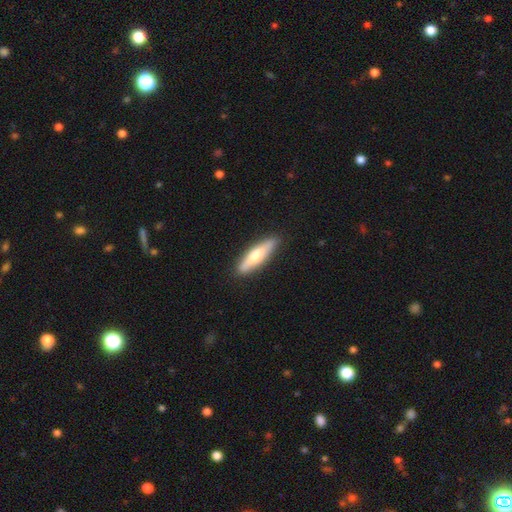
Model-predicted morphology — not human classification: This is possibly a smooth galaxy (56%). How rounded: likely cigar-shaped (74%). Merging: clearly none (89%).